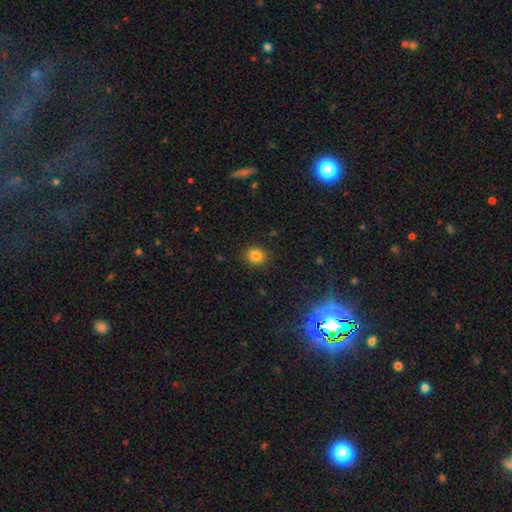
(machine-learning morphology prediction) Smooth or featured? Predicted: smooth (p=0.83). How rounded? Predicted: round (p=0.82). Merging? Predicted: none (p=0.89).